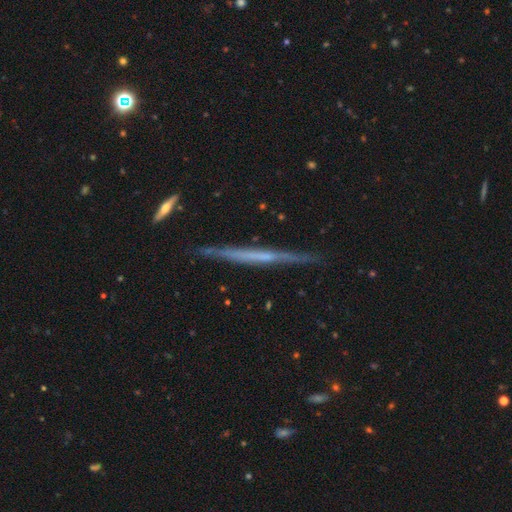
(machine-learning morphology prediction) Overall: featured or disk (64%; smooth 29%). Edge-on disk: yes (97%). Edge-on bulge: none (83%). Merging: none (87%).